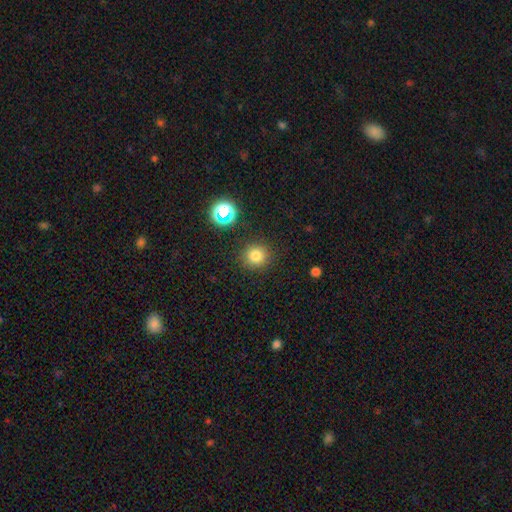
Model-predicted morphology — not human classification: A smooth galaxy with no disk features (78%) that is round (91%).

Vote fractions:
- Smooth or featured? smooth: 78% / star or artifact: 16% / featured or disk: 6%
- How rounded? round: 91% / in between: 8% / cigar-shaped: 1%
- Merging? none: 88% / minor disturbance: 7% / major disturbance: 3% / merger: 2%